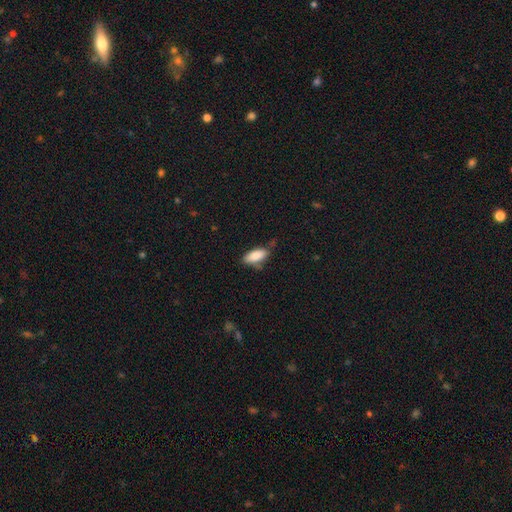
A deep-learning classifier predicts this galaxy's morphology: type=smooth (84%); roundness=in between (84%); merging=none (65%).